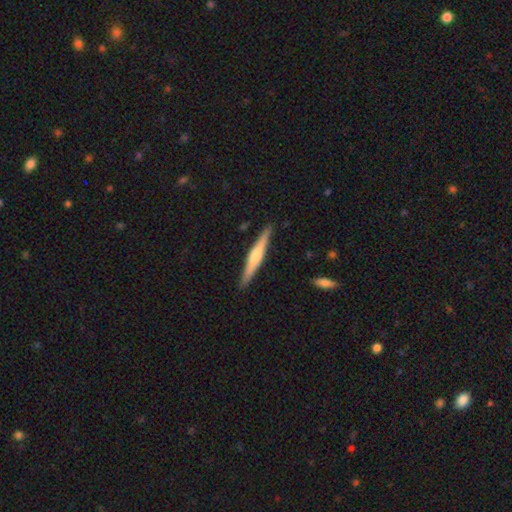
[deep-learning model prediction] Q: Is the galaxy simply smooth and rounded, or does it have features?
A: featured or disk — 57%.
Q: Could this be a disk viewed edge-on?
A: yes — 97%.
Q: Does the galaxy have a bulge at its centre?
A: rounded — 64%.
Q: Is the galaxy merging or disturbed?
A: none — 90%.